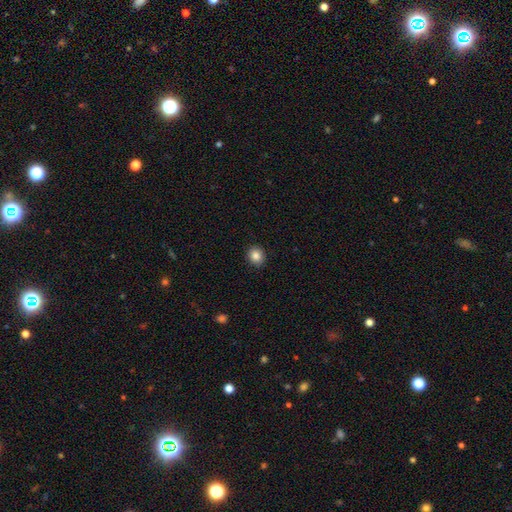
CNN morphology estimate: smooth-or-featured: smooth: 85% | star or artifact: 10% | featured or disk: 5%
  how-rounded: round: 70% | in between: 29% | cigar-shaped: 1%
  merging: none: 90% | minor disturbance: 7% | major disturbance: 2% | merger: 1%